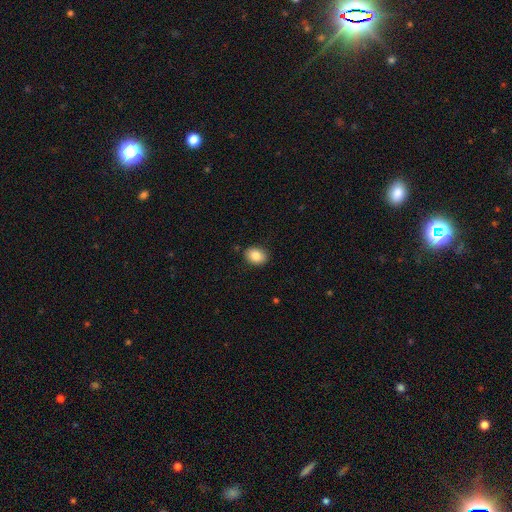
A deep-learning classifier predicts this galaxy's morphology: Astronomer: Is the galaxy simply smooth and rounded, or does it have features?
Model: smooth — 85%.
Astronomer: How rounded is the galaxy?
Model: in between — 61% (runner-up: round, 38%).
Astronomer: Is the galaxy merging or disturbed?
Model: none — 88%.